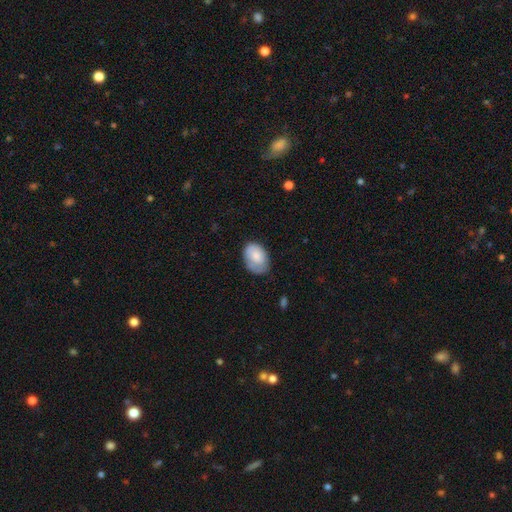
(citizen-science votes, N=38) Volunteers were most divided on "merging": none: 71%, minor disturbance: 20%, major disturbance: 9%, merger: 0%. More confident: how rounded — in between (93%); smooth or featured — smooth (76%).